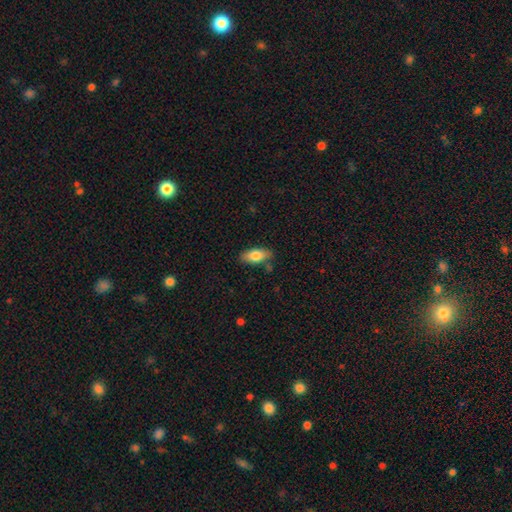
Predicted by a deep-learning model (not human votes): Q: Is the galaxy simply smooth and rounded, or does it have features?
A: smooth — 80%.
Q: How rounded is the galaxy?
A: in between — 87%.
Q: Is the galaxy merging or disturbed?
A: none — 80%.